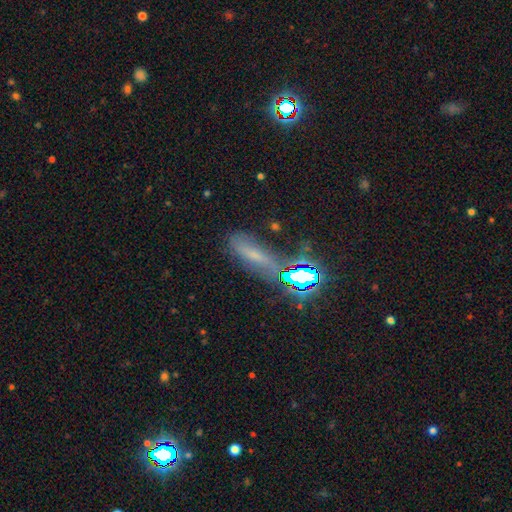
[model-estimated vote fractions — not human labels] Morphology: type=smooth (37%); merging=none (59%).